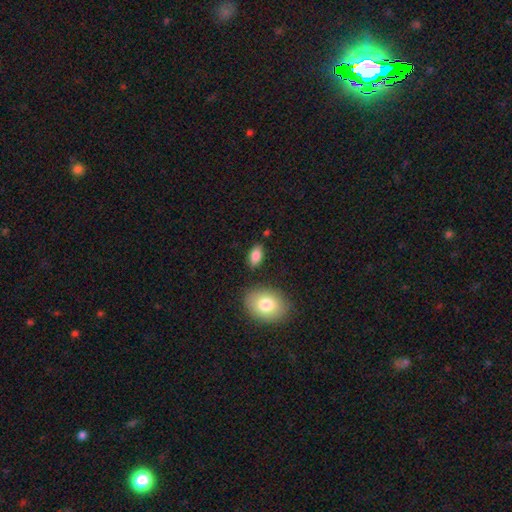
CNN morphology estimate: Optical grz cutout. It shows a smooth galaxy with no disk features (84%) that is in between round and cigar-shaped (90%). Merging: none (83%).